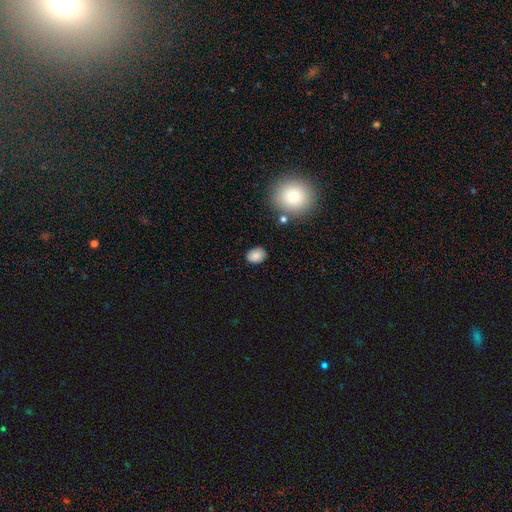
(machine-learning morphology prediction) The model was most divided on "how rounded": in between: 68%, round: 31%, cigar-shaped: 1%. More confident: smooth or featured — smooth (85%); merging — none (84%).